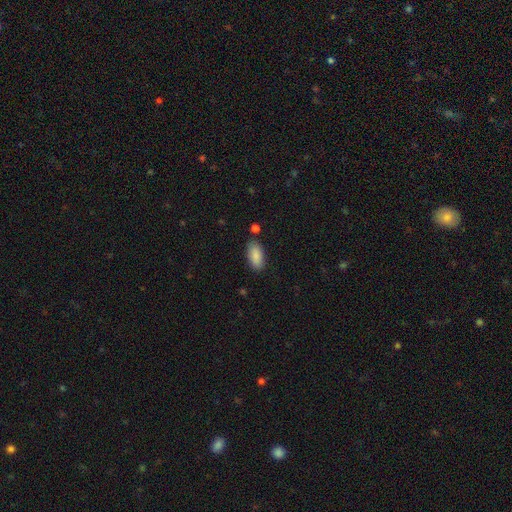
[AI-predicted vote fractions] Smooth or featured? smooth (89%)
How rounded? in between (92%)
Merging? none (84%)